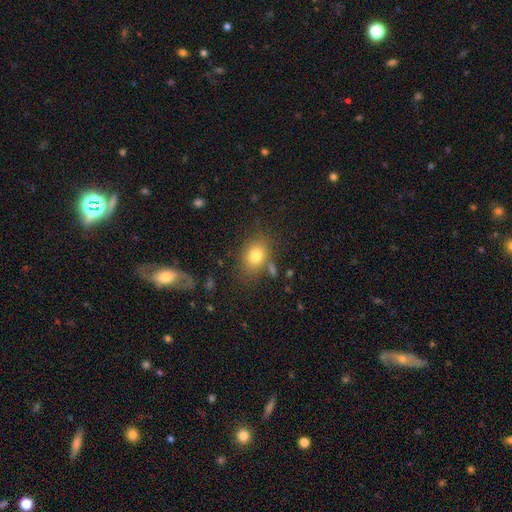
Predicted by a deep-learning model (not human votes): Overall: smooth (78%). How rounded: in between (63%; round 36%). Merging: none (74%).